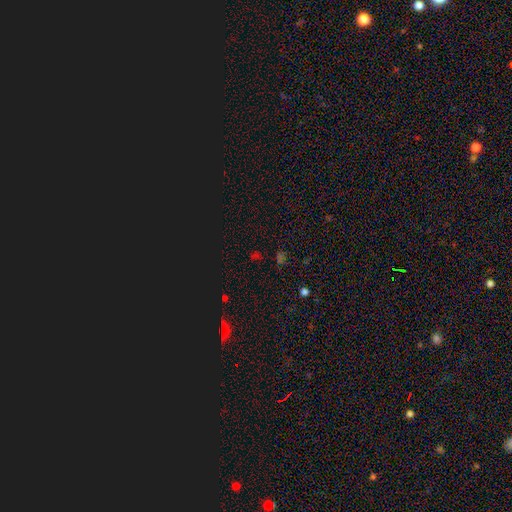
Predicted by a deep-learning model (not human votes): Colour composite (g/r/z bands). It shows a star or artifact, not a galaxy (67%).